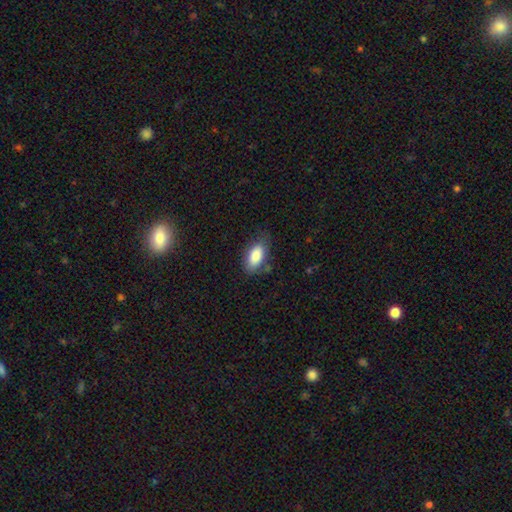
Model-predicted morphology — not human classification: The model was most divided on "merging": none: 71%, minor disturbance: 21%, major disturbance: 6%, merger: 2%. More confident: how rounded — in between (92%); smooth or featured — smooth (86%).